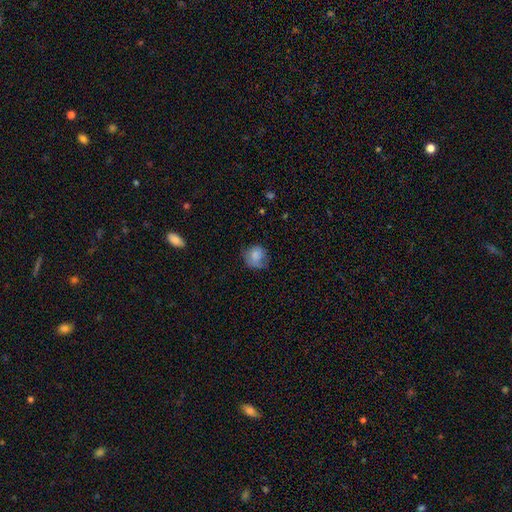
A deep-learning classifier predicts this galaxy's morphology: The model was most divided on "merging": none: 59%, minor disturbance: 28%, major disturbance: 12%, merger: 1%. More confident: smooth or featured — smooth (78%); how rounded — round (77%).